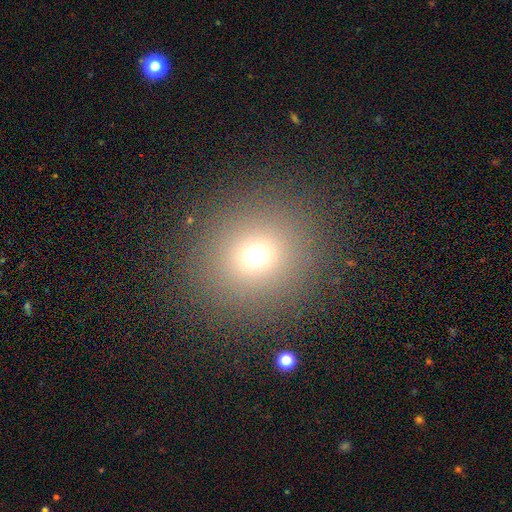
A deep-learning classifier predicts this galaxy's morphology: A smooth galaxy with no disk features (68%) that is round (88%). Merging: none (87%).